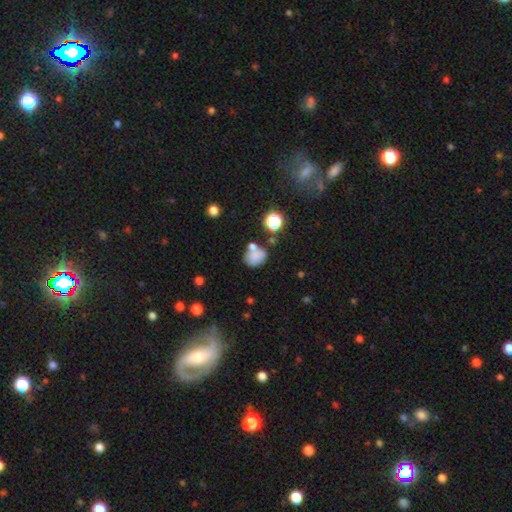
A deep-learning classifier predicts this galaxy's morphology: Q: Smooth or featured?
A: smooth (73%); runner-up: star or artifact (14%)
Q: How rounded?
A: round (61%); runner-up: in between (38%)
Q: Merging?
A: none (48%); runner-up: merger (24%)